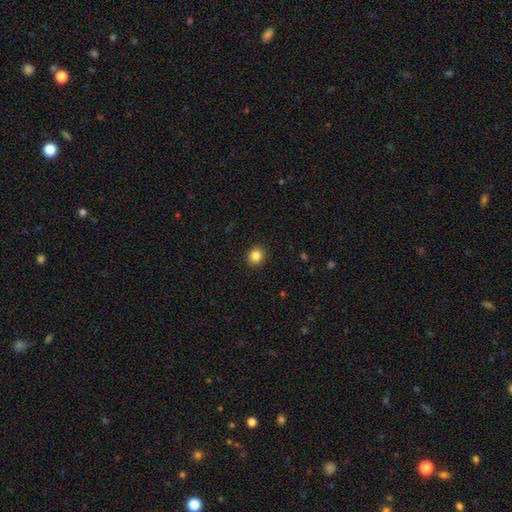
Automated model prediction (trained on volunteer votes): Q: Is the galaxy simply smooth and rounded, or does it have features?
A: smooth — 85%.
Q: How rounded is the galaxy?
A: round — 75%.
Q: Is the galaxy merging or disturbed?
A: none — 91%.